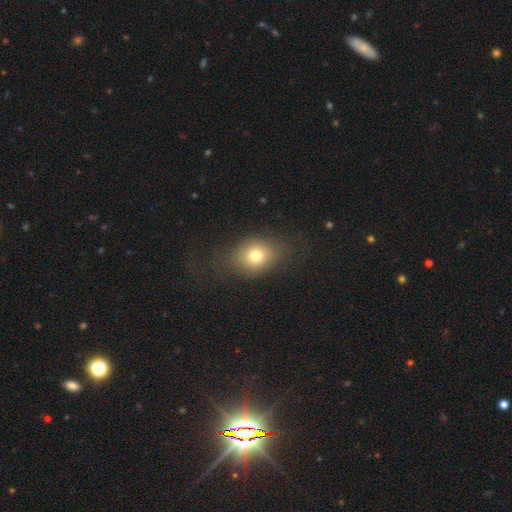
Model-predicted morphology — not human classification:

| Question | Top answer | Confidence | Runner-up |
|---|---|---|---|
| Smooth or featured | smooth | 75% | featured or disk (13%) |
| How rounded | in between | 49% | tied: round (49%) |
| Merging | none | 69% | minor disturbance (18%) |